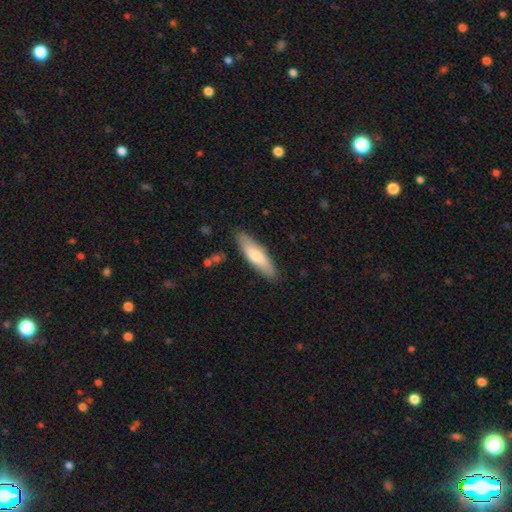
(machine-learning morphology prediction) smooth 65%, featured or disk 30%, star or artifact 6%. Down the decision tree: how rounded — cigar-shaped (59%); merging — none (86%).